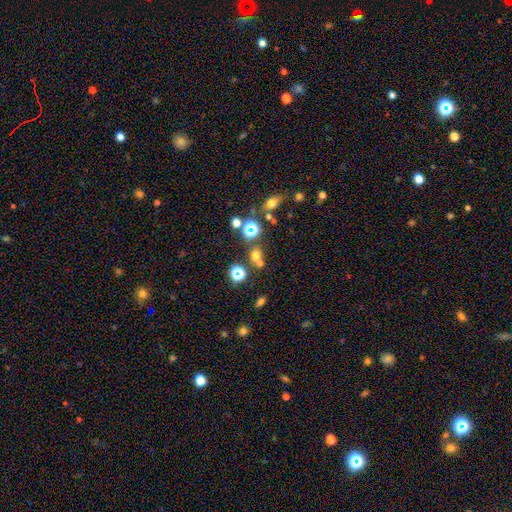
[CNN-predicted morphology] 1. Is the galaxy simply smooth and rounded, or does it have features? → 55% smooth, 35% star or artifact, 11% featured or disk.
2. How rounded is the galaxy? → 76% round, 23% in between, 2% cigar-shaped.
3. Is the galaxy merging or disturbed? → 60% none, 27% merger, 9% minor disturbance, 4% major disturbance.